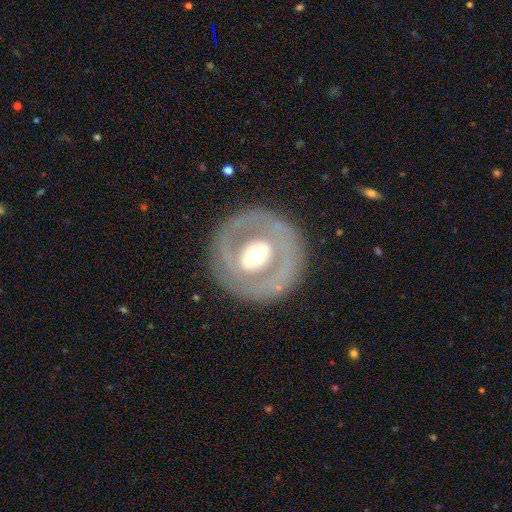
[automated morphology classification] Smooth or featured? Predicted: featured or disk (p=0.67). Edge-on disk? Predicted: no (p=0.92). Bar? Predicted: strong (p=0.37). Spiral arms? Predicted: no (p=0.76). Bulge size? Predicted: moderate (p=0.61). Merging? Predicted: none (p=0.83).